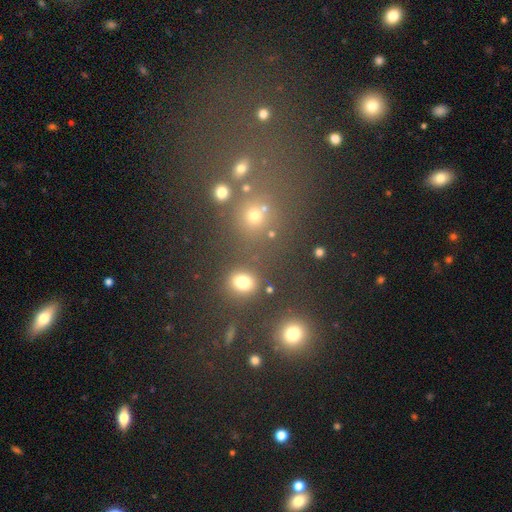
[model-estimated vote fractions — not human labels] Smooth or featured? Predicted: star or artifact (p=0.49).